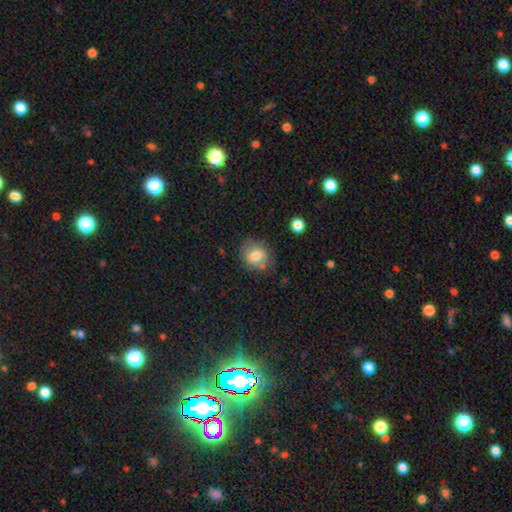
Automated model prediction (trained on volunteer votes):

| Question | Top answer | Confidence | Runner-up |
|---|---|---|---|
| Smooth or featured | smooth | 75% | featured or disk (15%) |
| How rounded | round | 64% | in between (35%) |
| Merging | none | 70% | minor disturbance (20%) |